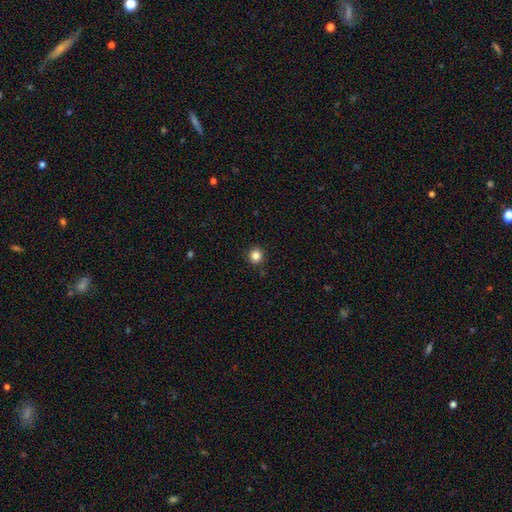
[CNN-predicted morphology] Overall: smooth (83%). How rounded: round (94%). Merging: none (91%).